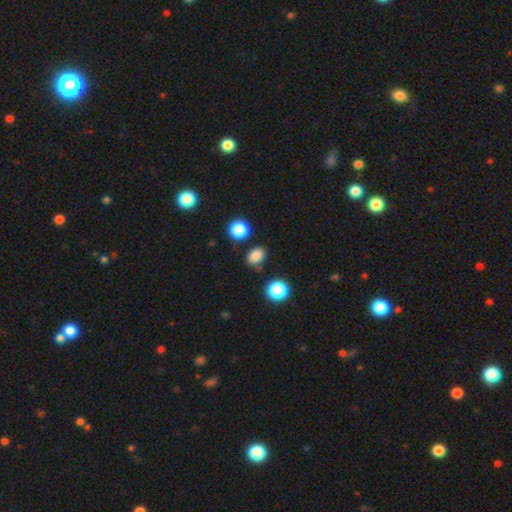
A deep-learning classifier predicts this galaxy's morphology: smooth_or_featured: smooth (p=0.83) [alt: star or artifact p=0.13]
how_rounded: in between (p=0.70) [alt: round p=0.28]
merging: none (p=0.82) [alt: minor disturbance p=0.11]